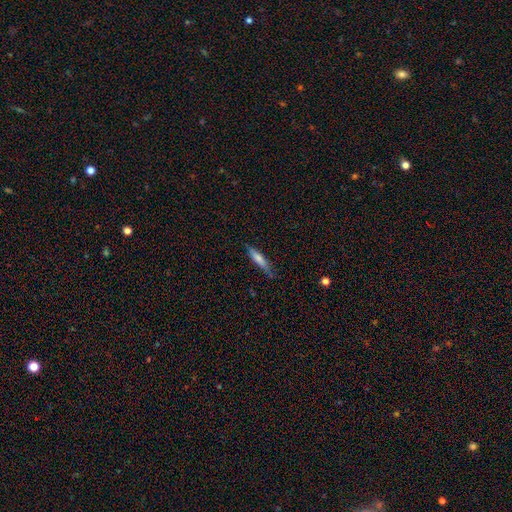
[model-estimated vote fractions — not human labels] smooth_or_featured: smooth (p=0.63) [alt: featured or disk p=0.29]
how_rounded: cigar-shaped (p=0.85) [alt: in between p=0.13]
merging: none (p=0.79) [alt: minor disturbance p=0.17]